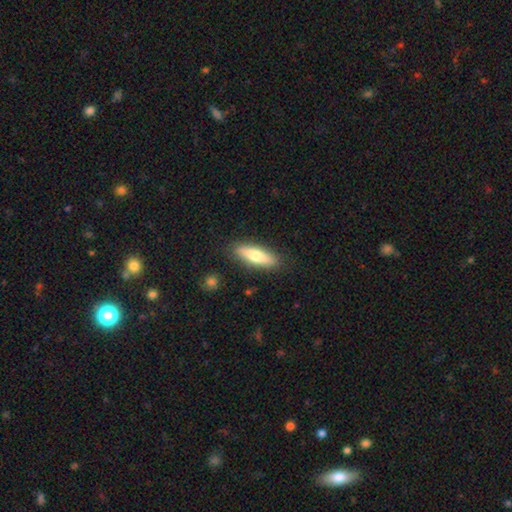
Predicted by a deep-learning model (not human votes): Smooth or featured: smooth — 66% (featured or disk — 28%)
How rounded: cigar-shaped — 54% (in between — 44%)
Merging: none — 87% (minor disturbance — 9%)